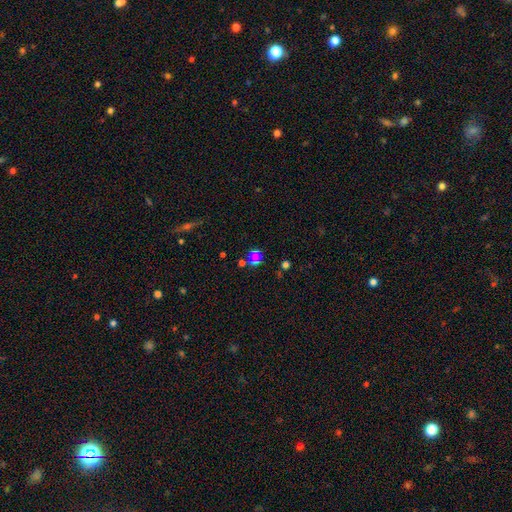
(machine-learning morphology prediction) Overall: smooth (54%; star or artifact 29%). How rounded: round (78%). Merging: none (65%).